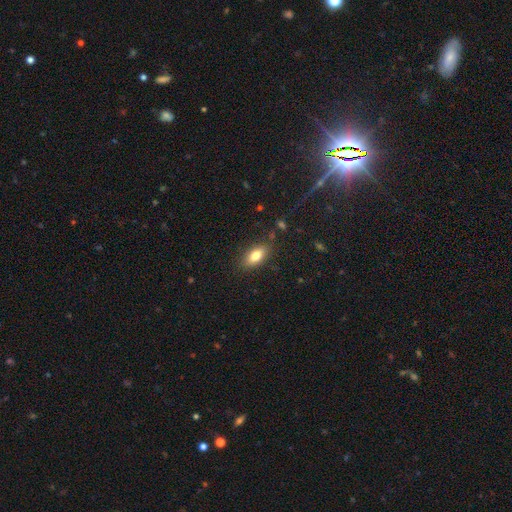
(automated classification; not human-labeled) Smooth or featured? smooth (78%)
How rounded? in between (85%)
Merging? none (84%)